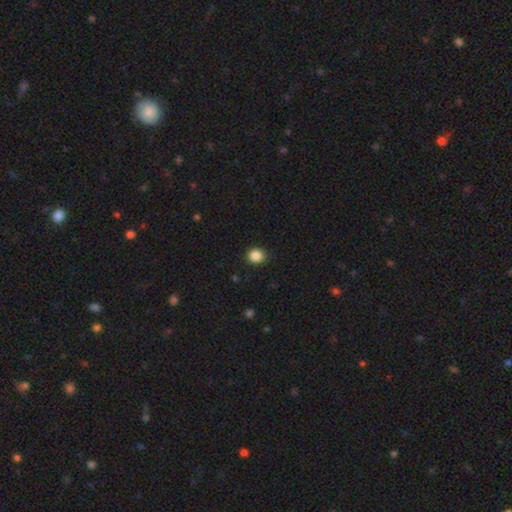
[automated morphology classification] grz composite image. It shows a smooth galaxy with no disk features (86%) that is round (85%). Merging: none (91%).